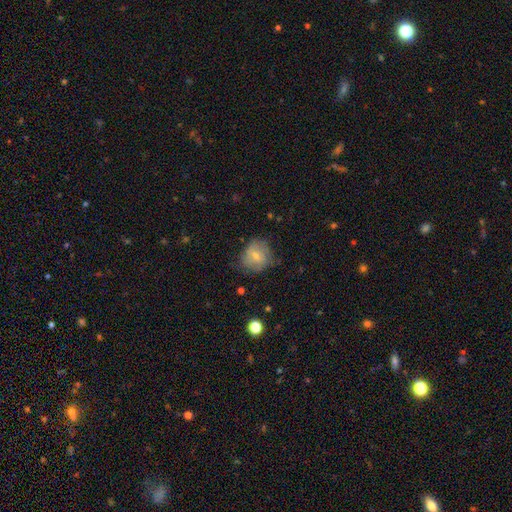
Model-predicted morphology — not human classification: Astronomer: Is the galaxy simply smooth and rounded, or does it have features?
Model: smooth — 67%.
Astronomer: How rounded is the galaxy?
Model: round — 70%.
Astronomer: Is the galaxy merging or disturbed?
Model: none — 59%.